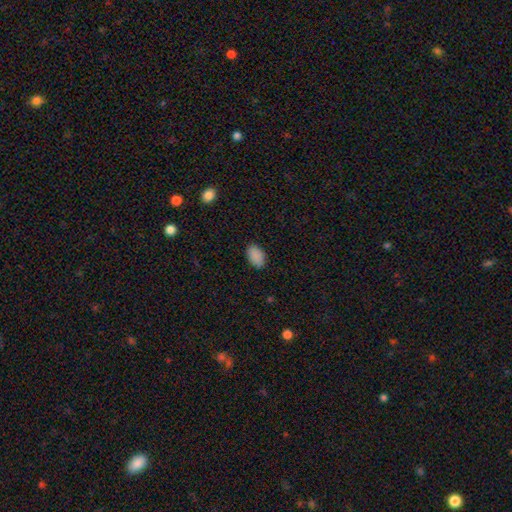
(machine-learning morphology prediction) type=smooth (89%); roundness=in between (91%); merging=none (87%).